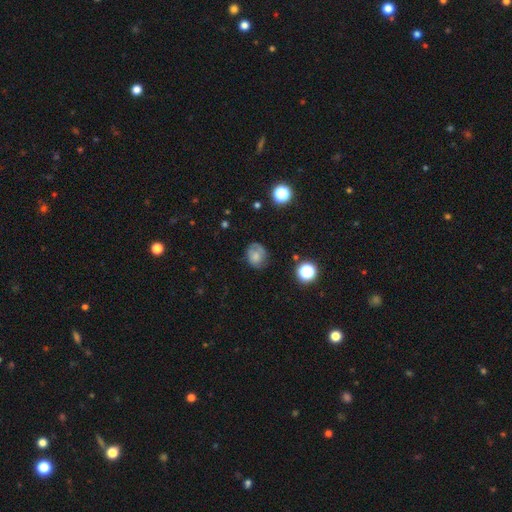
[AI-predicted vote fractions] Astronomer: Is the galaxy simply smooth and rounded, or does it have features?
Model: smooth — 60%.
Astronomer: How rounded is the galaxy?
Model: round — 58% (runner-up: in between, 41%).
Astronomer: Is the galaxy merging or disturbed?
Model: none — 60%.